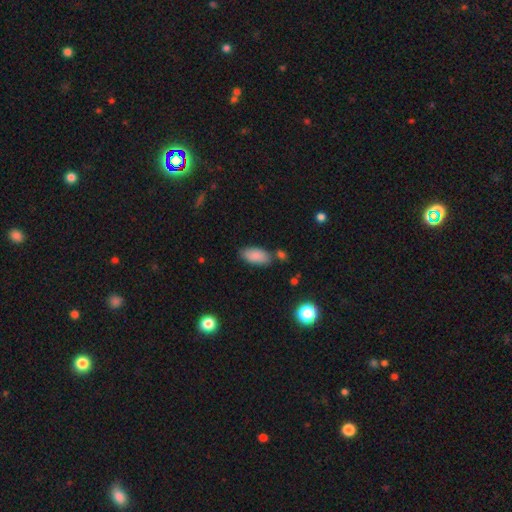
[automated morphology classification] Smooth or featured? smooth (87%)
How rounded? in between (90%)
Merging? none (73%)